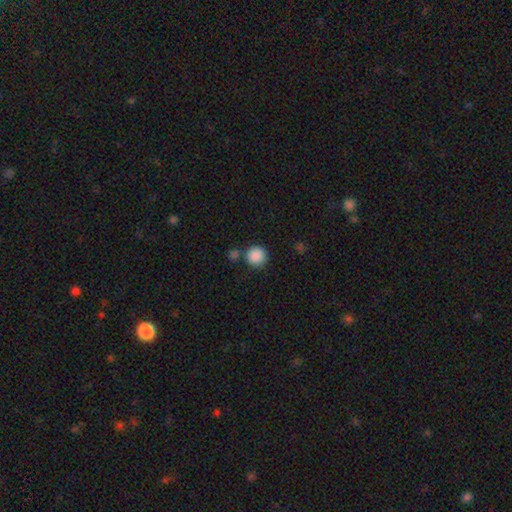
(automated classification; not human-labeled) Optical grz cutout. It shows a smooth galaxy with no disk features (88%) that is round (94%). Merging: none (75%).